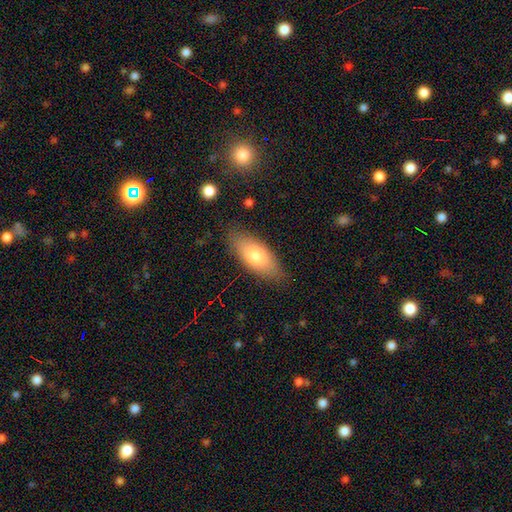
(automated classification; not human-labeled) Morphology: type=smooth (73%); roundness=in between (81%); merging=none (80%).